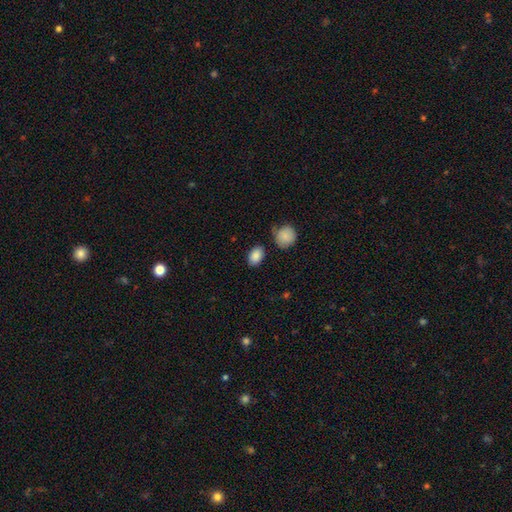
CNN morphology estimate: This appears to be a smooth galaxy with no disk features (88%) that is in between round and cigar-shaped (82%). Merging: none (80%).